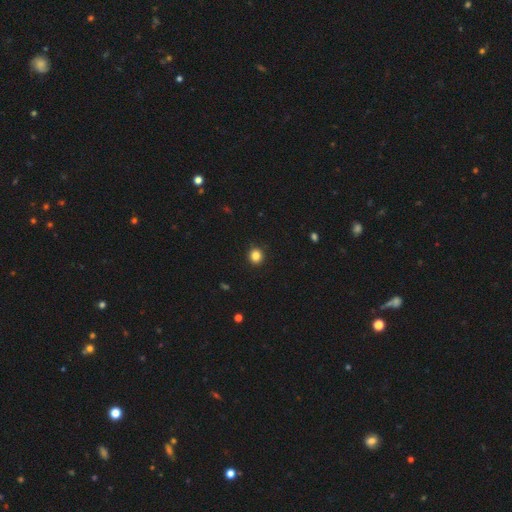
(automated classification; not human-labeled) Smooth or featured?
  - smooth: 84% *
  - star or artifact: 11%
  - featured or disk: 4%
How rounded?
  - round: 88% *
  - in between: 11%
  - cigar-shaped: 1%
Merging?
  - none: 92% *
  - minor disturbance: 6%
  - major disturbance: 2%
  - merger: 1%